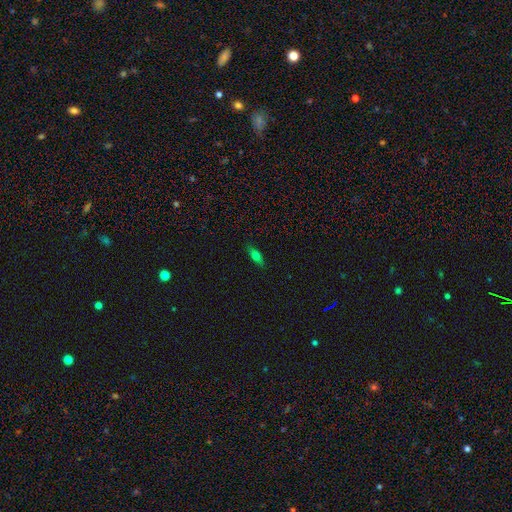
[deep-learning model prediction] Overall: smooth (62%; featured or disk 27%). How rounded: in between (61%; cigar-shaped 35%). Merging: none (85%).